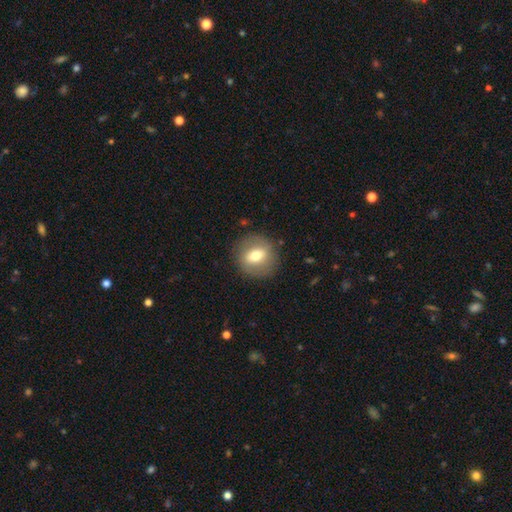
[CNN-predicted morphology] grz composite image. It shows a smooth galaxy with no disk features (60%) that is round (81%). Merging: none (85%).